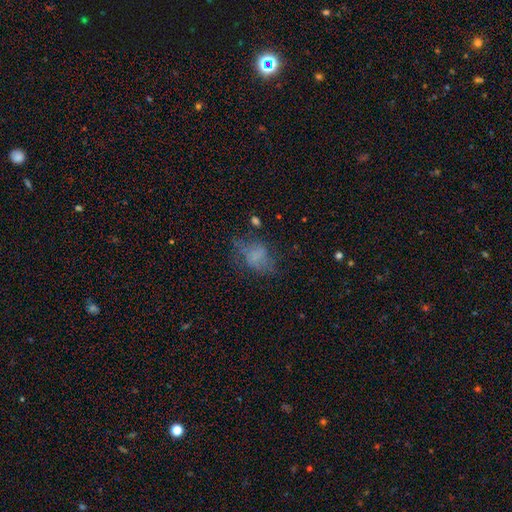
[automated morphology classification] This is possibly a smooth galaxy (58%). How rounded: likely in between (70%). Merging: possibly none (46%).